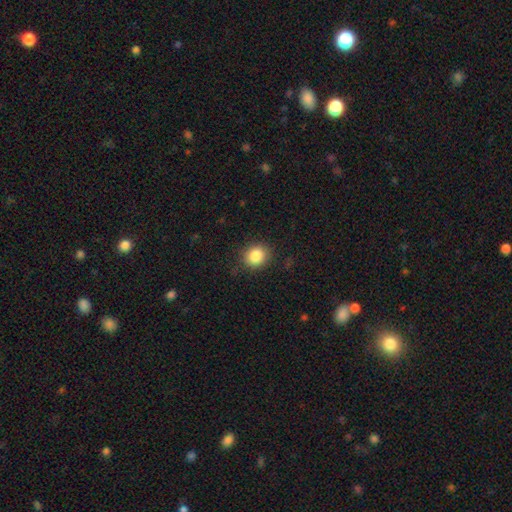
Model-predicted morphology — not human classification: Smooth or featured? smooth (86%)
How rounded? round (74%)
Merging? none (86%)